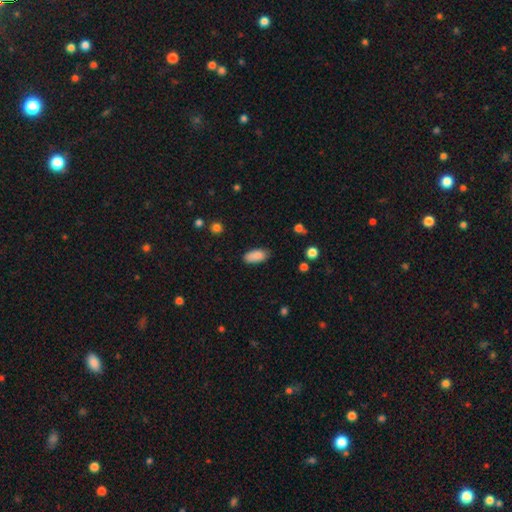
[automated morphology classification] The model was most divided on "merging": none: 83%, minor disturbance: 13%, major disturbance: 3%, merger: 1%. More confident: how rounded — in between (90%); smooth or featured — smooth (89%).